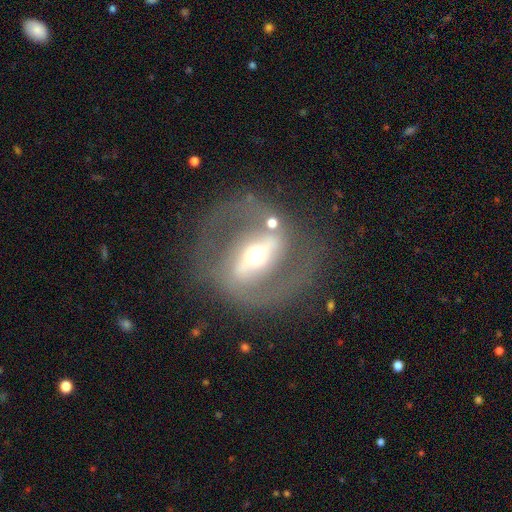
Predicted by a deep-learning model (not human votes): Morphology: type=featured or disk (84%); edge-on=no (91%); bar=strong (72%); spiral arms=yes (68%); winding=medium (49%); arm count=2 (85%); bulge=moderate (63%); merging=none (75%).